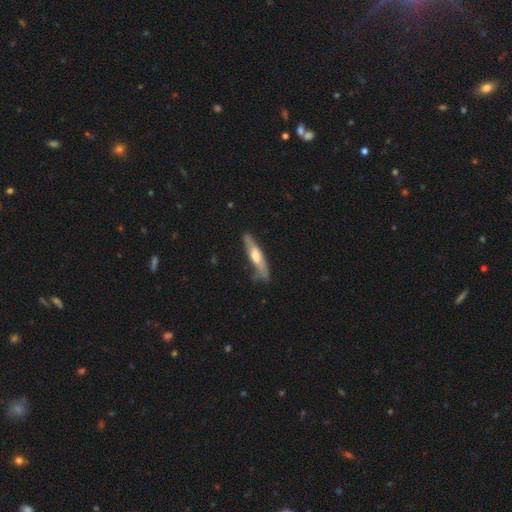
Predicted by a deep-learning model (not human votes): smooth_or_featured: featured or disk (p=0.52) [alt: smooth p=0.43]
disk_edge_on: yes (p=0.81) [alt: no p=0.19]
merging: none (p=0.70) [alt: minor disturbance p=0.22]